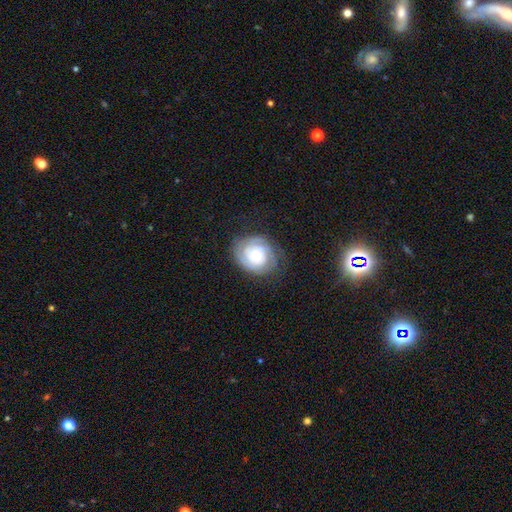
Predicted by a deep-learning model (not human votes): The model was most divided on "bulge size": small: 46%, moderate: 45%, large: 5%, none: 1%, dominant: 1%. Remaining: edge-on disk — no (97%); spiral arms — yes (90%); bar — no (80%); spiral winding — tight (75%); smooth or featured — featured or disk (74%); merging — none (73%); spiral arm count — 2 (36%).